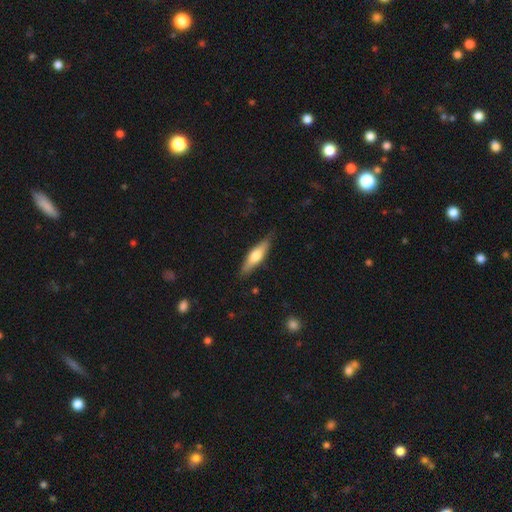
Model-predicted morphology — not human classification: Smooth or featured? Predicted: smooth (p=0.57). How rounded? Predicted: cigar-shaped (p=0.65). Merging? Predicted: none (p=0.83).